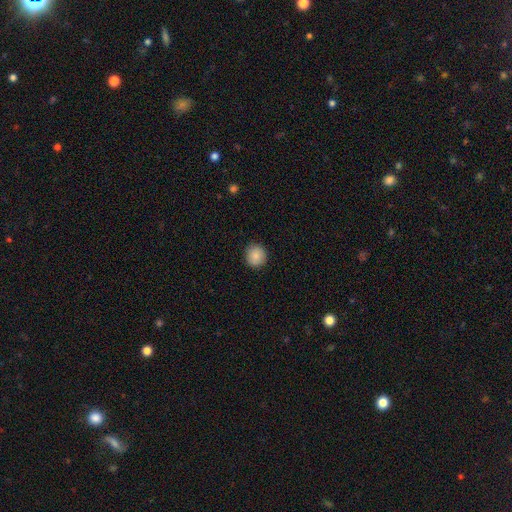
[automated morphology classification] Smooth or featured? smooth (87%)
How rounded? round (90%)
Merging? none (90%)